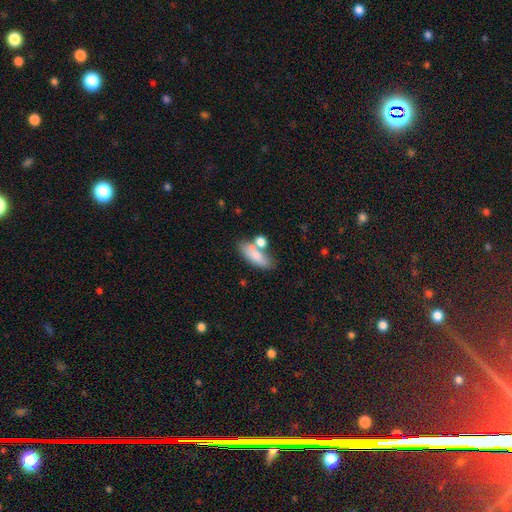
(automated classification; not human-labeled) This appears to be a smooth galaxy with no disk features (76%) that is in between round and cigar-shaped (69%). Merging: none (48%).